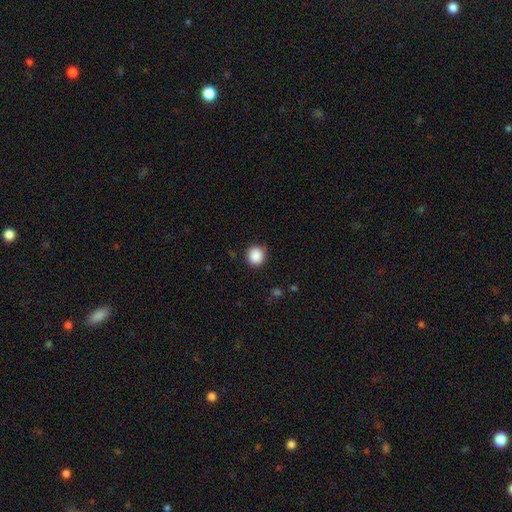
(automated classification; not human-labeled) smooth-or-featured: smooth: 88% | star or artifact: 9% | featured or disk: 3%
  how-rounded: round: 91% | in between: 8% | cigar-shaped: 1%
  merging: none: 85% | minor disturbance: 11% | major disturbance: 3% | merger: 1%